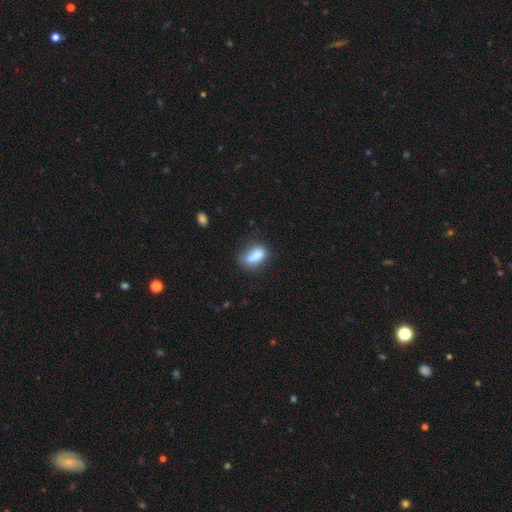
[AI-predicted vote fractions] Morphology: type=smooth (74%); roundness=in between (78%); merging=none (38%).